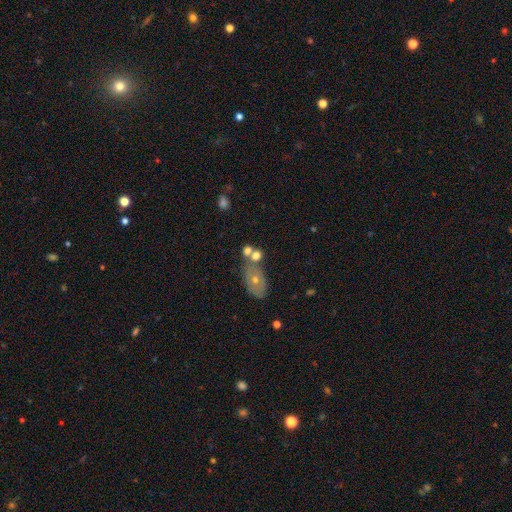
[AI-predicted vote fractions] This is likely a smooth galaxy (61%). How rounded: possibly in between (50%). Merging: marginally none (43%).